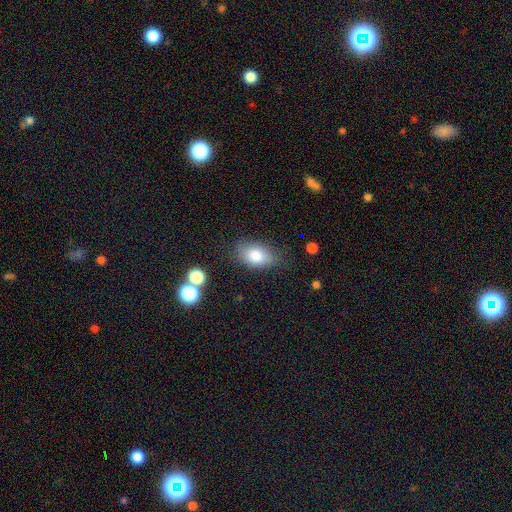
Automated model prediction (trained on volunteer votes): Smooth or featured? smooth (81%)
How rounded? in between (88%)
Merging? none (70%)